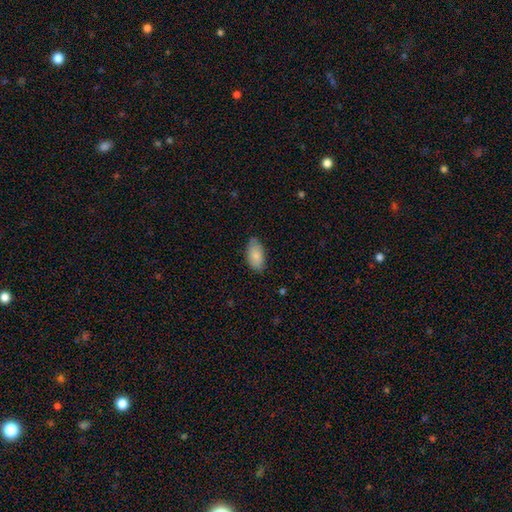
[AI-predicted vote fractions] Overall: smooth (85%). How rounded: in between (94%). Merging: none (77%).